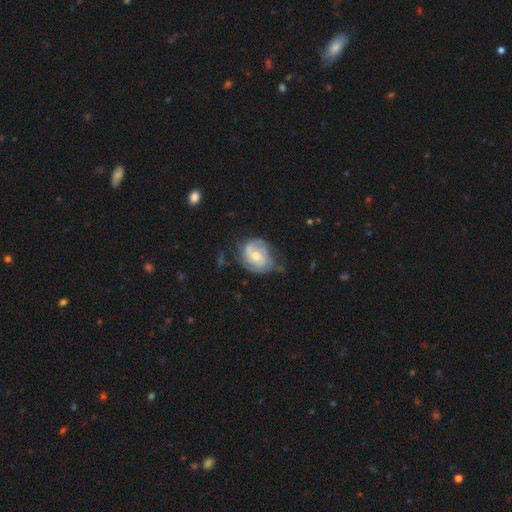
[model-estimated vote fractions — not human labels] Overall: featured or disk (74%). Edge-on disk: no (98%). Bar: no (61%; weak 33%). Spiral arms: yes (89%). Spiral arm count: 2 (45%; can't tell 27%). Spiral winding: tight (46%; medium 40%). Bulge size: moderate (53%; small 37%). Merging: none (56%; minor disturbance 28%).